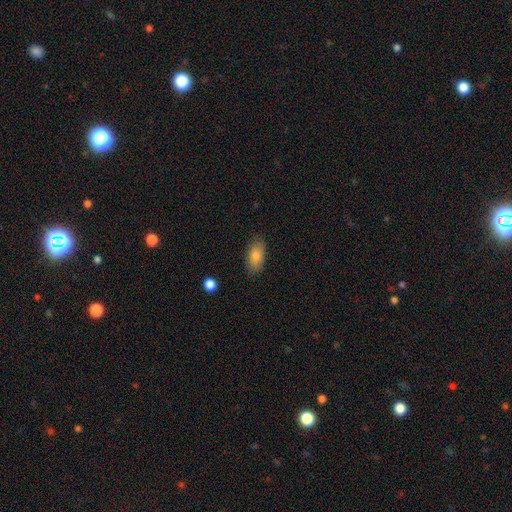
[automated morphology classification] Smooth or featured? Predicted: smooth (p=0.81). How rounded? Predicted: in between (p=0.90). Merging? Predicted: none (p=0.86).